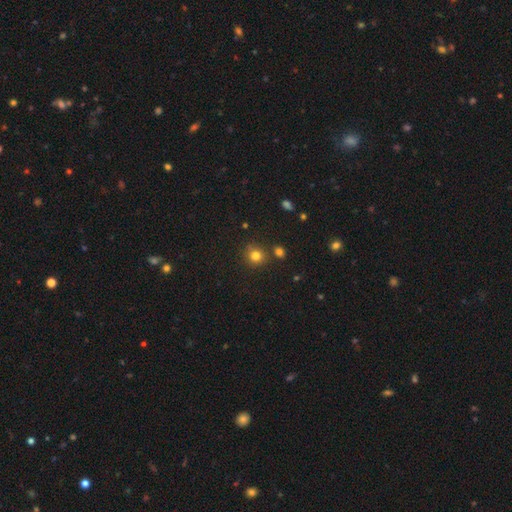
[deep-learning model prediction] This is likely a smooth galaxy (79%). How rounded: clearly round (87%). Merging: likely none (78%).